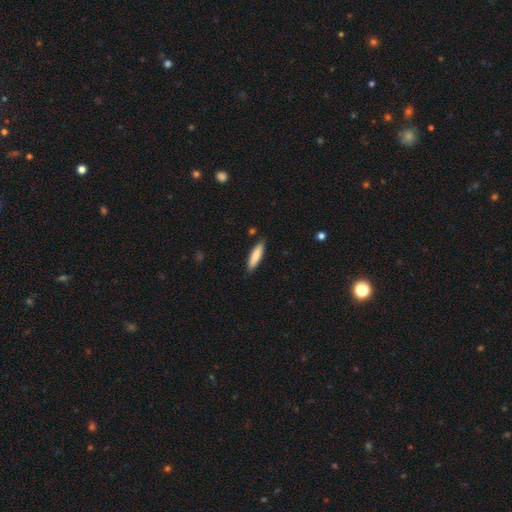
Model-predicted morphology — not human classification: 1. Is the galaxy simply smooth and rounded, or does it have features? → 81% smooth, 13% featured or disk, 5% star or artifact.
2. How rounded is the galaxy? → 72% cigar-shaped, 27% in between, 1% round.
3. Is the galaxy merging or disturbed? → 87% none, 10% minor disturbance, 2% major disturbance, 2% merger.